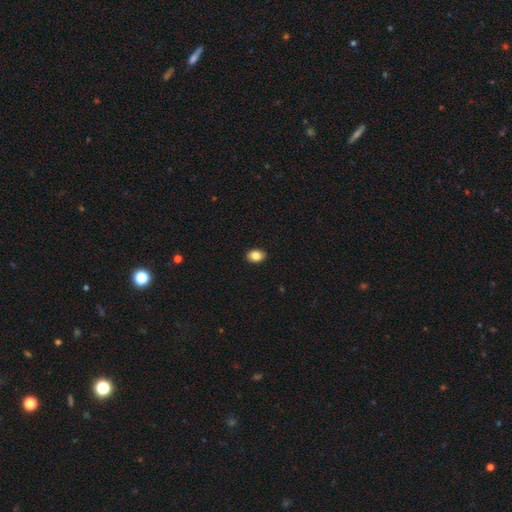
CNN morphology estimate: This is clearly a smooth galaxy (86%). How rounded: likely in between (72%). Merging: clearly none (90%).